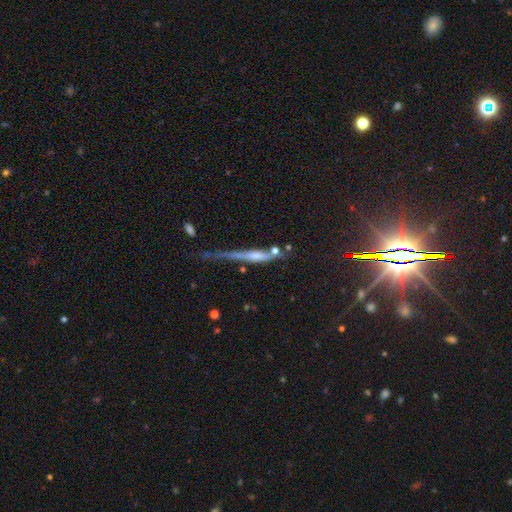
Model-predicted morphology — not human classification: Smooth or featured: featured or disk — 54% (smooth — 37%)
Edge-on disk: yes — 88% (no — 12%)
Merging: none — 41% (minor disturbance — 26%)